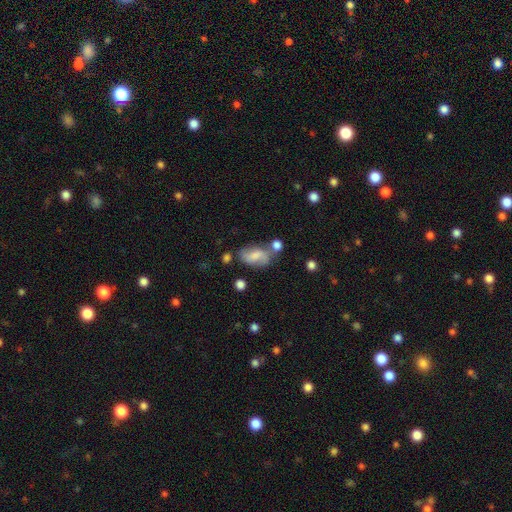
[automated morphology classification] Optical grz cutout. It shows a smooth galaxy with no disk features (55%) that is in between round and cigar-shaped (87%). Merging: none (50%).